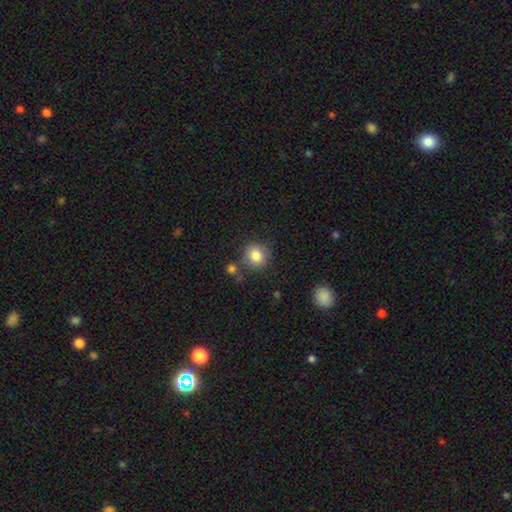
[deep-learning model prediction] Smooth or featured: smooth — 83% (star or artifact — 10%)
How rounded: round — 88% (in between — 11%)
Merging: none — 79% (minor disturbance — 11%)